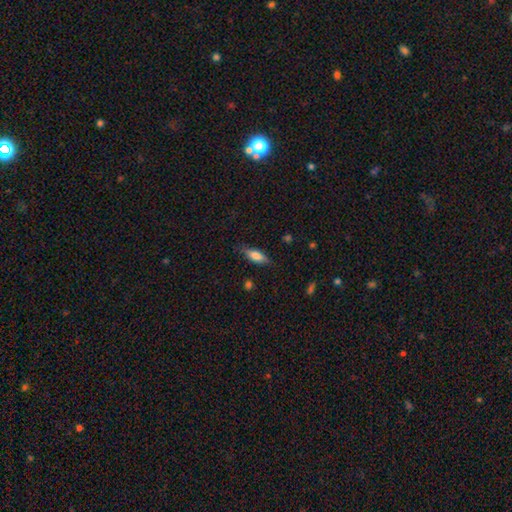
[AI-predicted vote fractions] Morphology: type=smooth (74%); roundness=in between (63%); merging=none (79%).